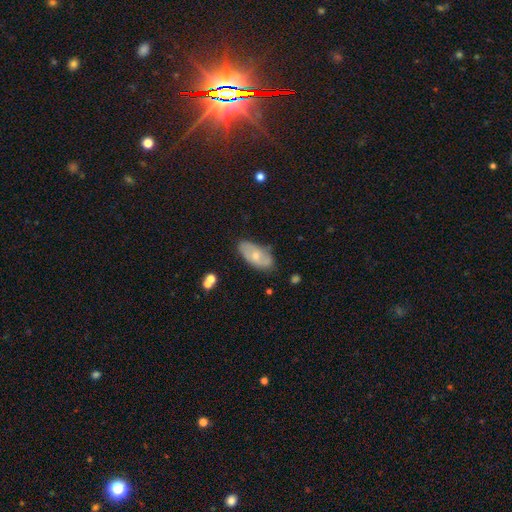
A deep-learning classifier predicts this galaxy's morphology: Smooth or featured: smooth — 47% (featured or disk — 46%)
Merging: none — 69% (minor disturbance — 23%)